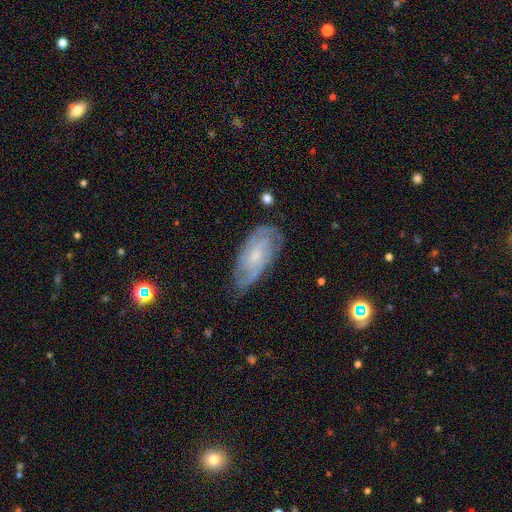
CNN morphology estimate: Smooth or featured? featured or disk (74%)
Edge-on disk? no (93%)
Bar? no (55%)
Spiral arms? yes (92%)
Spiral winding? tight (54%)
Spiral arm count? 2 (36%)
Bulge size? small (59%)
Merging? none (69%)